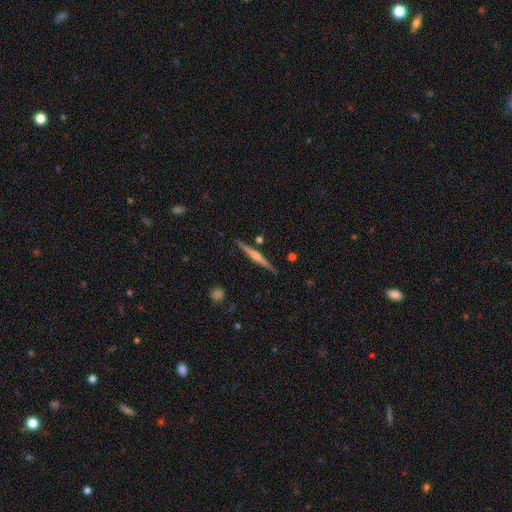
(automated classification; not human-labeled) Smooth or featured? Predicted: featured or disk (p=0.67). Edge-on disk? Predicted: yes (p=0.98). Edge-on bulge? Predicted: rounded (p=0.67). Merging? Predicted: none (p=0.88).